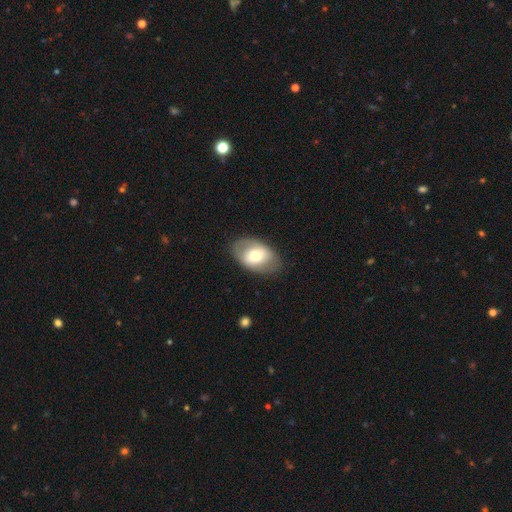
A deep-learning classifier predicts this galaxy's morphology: Overall: smooth (56%; featured or disk 37%). How rounded: in between (88%). Merging: none (81%).